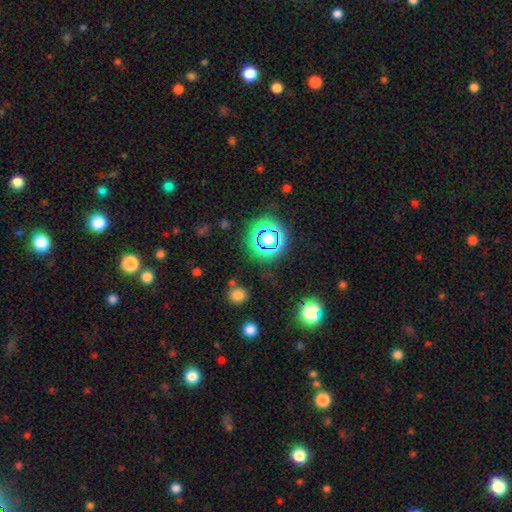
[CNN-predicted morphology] Smooth or featured: star or artifact — 65% (smooth — 28%)